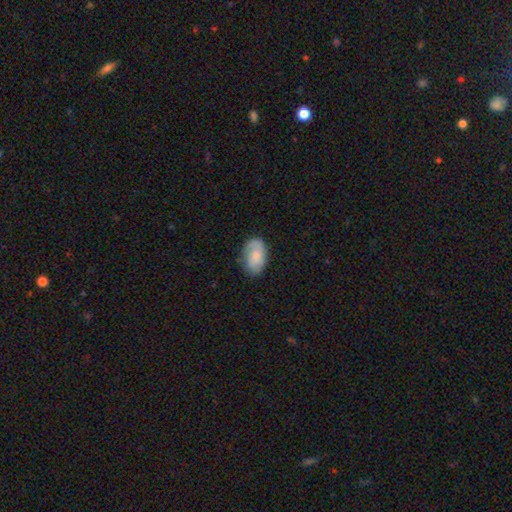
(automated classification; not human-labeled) Smooth or featured? Predicted: smooth (p=0.66). How rounded? Predicted: in between (p=0.90). Merging? Predicted: none (p=0.69).